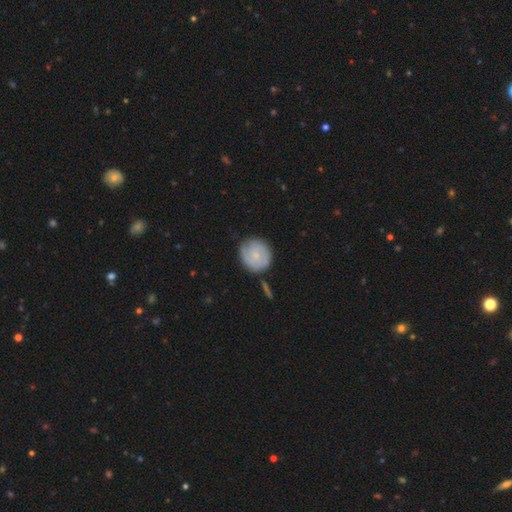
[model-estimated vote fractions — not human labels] smooth-or-featured: featured or disk: 49% | smooth: 45% | star or artifact: 6%
  merging: none: 75% | minor disturbance: 17% | major disturbance: 4% | merger: 3%